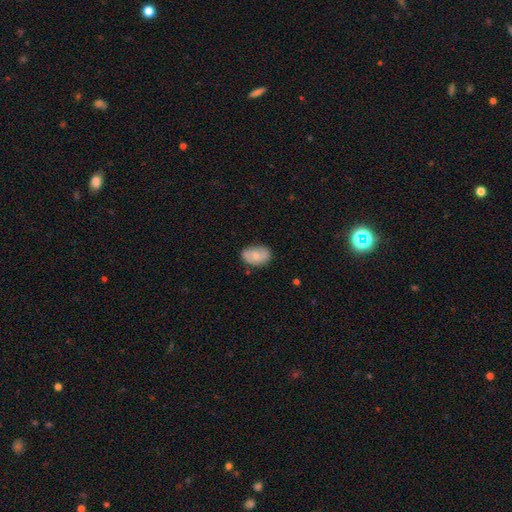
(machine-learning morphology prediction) Smooth or featured: smooth — 66% (featured or disk — 27%)
How rounded: in between — 83% (round — 15%)
Merging: none — 73% (minor disturbance — 21%)